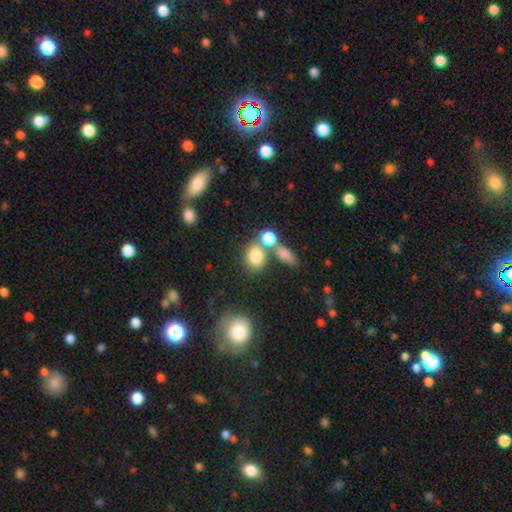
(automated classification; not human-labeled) smooth_or_featured: smooth (p=0.78) [alt: star or artifact p=0.12]
how_rounded: round (p=0.55) [alt: in between p=0.43]
merging: none (p=0.50) [alt: merger p=0.34]